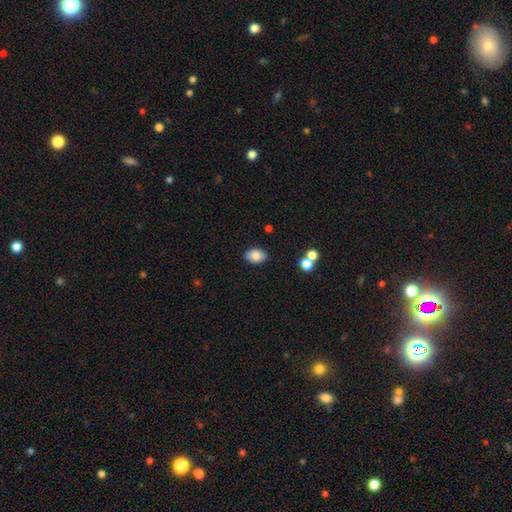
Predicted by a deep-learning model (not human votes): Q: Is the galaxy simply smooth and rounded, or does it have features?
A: smooth — 82%.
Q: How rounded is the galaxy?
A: in between — 87%.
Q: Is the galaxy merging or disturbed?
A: none — 87%.